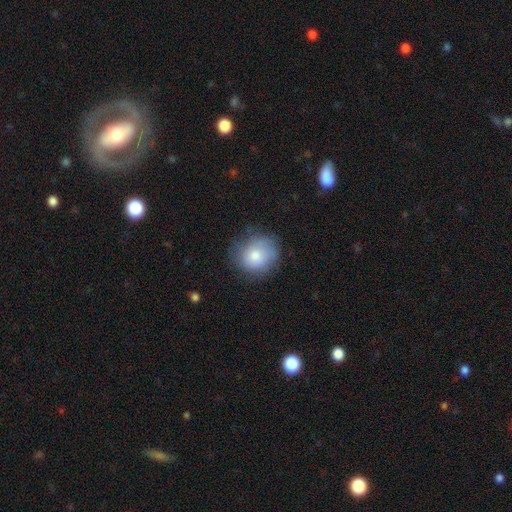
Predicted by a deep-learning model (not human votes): Smooth or featured? Predicted: smooth (p=0.79). How rounded? Predicted: round (p=0.79). Merging? Predicted: none (p=0.74).